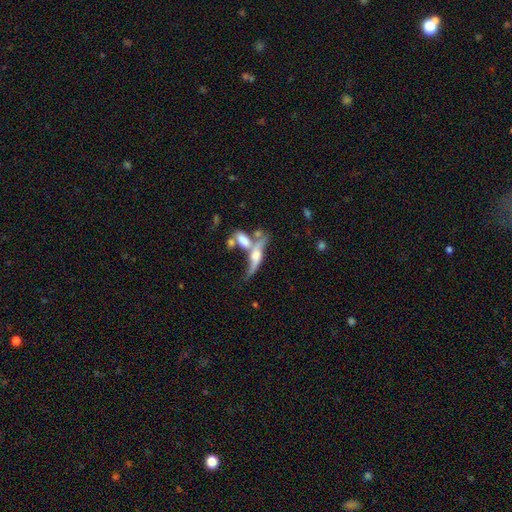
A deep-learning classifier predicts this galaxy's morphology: type=featured or disk (62%); edge-on=yes (58%); merging=merger (46%).